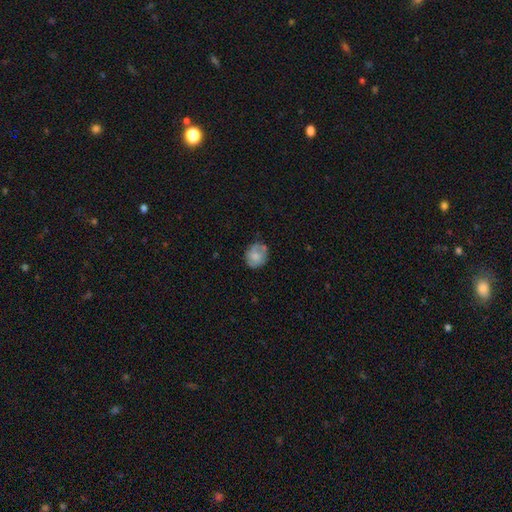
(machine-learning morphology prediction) smooth_or_featured: smooth (p=0.62) [alt: featured or disk p=0.30]
how_rounded: round (p=0.74) [alt: in between p=0.25]
merging: none (p=0.67) [alt: minor disturbance p=0.23]